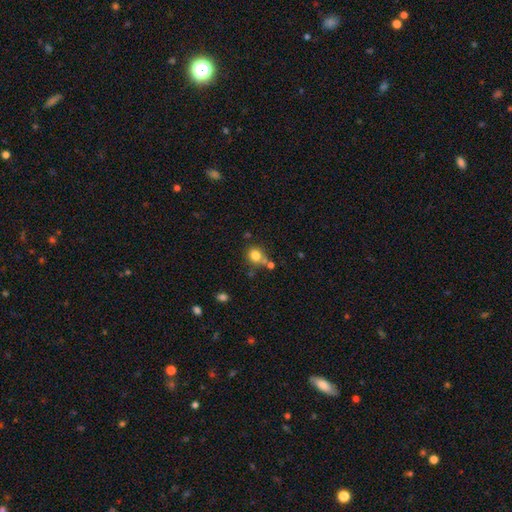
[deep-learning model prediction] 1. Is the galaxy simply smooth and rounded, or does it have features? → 80% smooth, 12% star or artifact, 8% featured or disk.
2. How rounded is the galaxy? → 82% round, 17% in between, 1% cigar-shaped.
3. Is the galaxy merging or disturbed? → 63% none, 20% merger, 12% minor disturbance, 4% major disturbance.